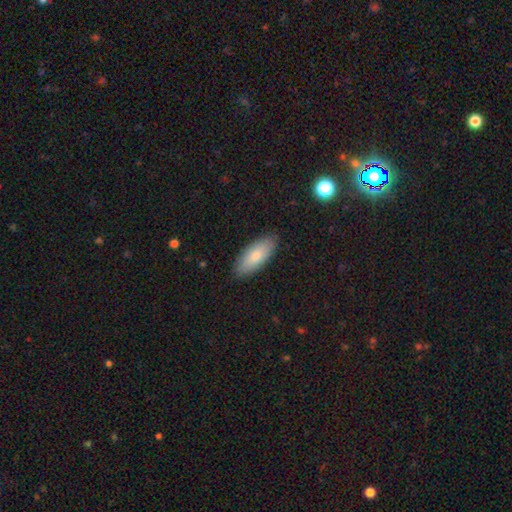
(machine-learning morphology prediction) Q: Smooth or featured?
A: smooth (78%); runner-up: featured or disk (16%)
Q: How rounded?
A: in between (82%); runner-up: cigar-shaped (17%)
Q: Merging?
A: none (87%); runner-up: minor disturbance (10%)